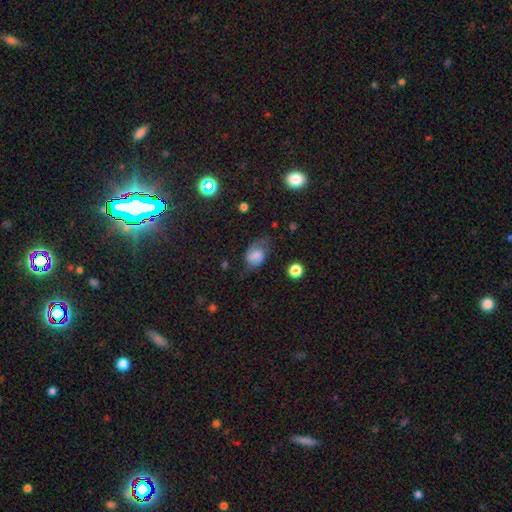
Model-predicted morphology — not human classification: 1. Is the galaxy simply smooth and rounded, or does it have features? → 46% smooth, 42% featured or disk, 12% star or artifact.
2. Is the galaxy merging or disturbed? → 50% none, 29% minor disturbance, 19% major disturbance, 3% merger.